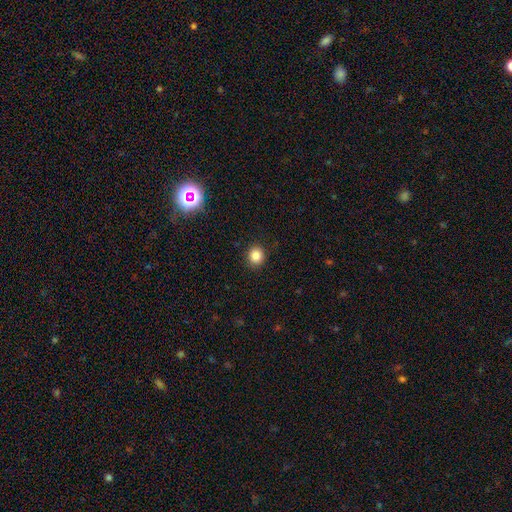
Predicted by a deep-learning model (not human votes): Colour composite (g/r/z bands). It shows a smooth galaxy with no disk features (83%) that is round (86%). Merging: none (91%).